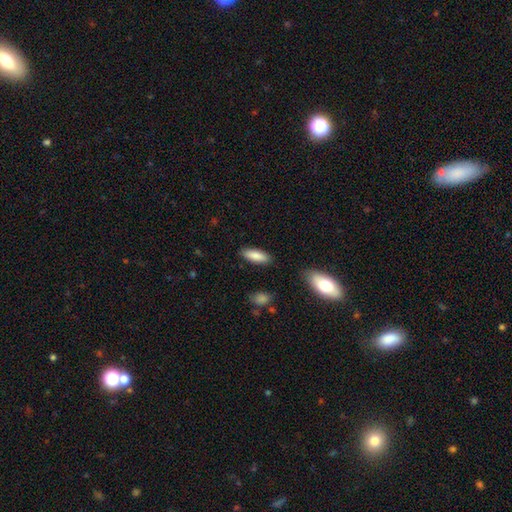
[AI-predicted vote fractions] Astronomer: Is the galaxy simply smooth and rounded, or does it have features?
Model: smooth — 85%.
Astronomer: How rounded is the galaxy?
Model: in between — 66%.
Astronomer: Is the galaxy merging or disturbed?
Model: none — 86%.